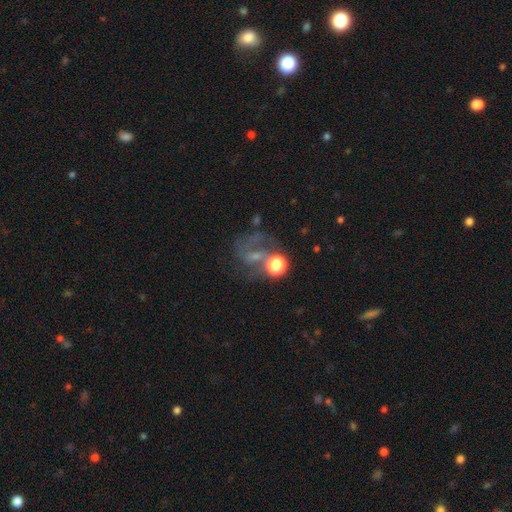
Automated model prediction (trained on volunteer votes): smooth-or-featured: featured or disk: 50% | smooth: 25% | star or artifact: 24%
  disk-edge-on: no: 97% | yes: 3%
  merging: none: 40% | major disturbance: 27% | merger: 16% | minor disturbance: 16%